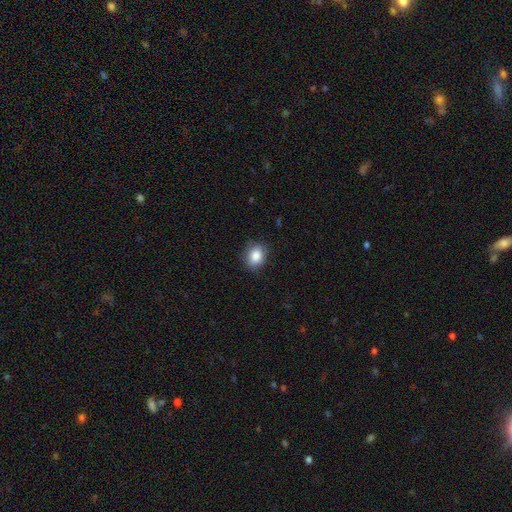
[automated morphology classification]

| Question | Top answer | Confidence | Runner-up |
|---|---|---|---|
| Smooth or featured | smooth | 87% | star or artifact (9%) |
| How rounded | in between | 55% | round (44%) |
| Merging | none | 81% | minor disturbance (15%) |